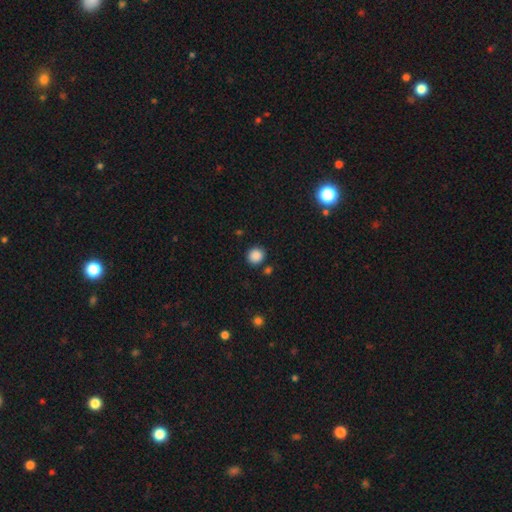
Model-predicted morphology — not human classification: smooth-or-featured: smooth: 88% | star or artifact: 10% | featured or disk: 3%
  how-rounded: round: 87% | in between: 12% | cigar-shaped: 1%
  merging: none: 86% | minor disturbance: 8% | merger: 4% | major disturbance: 3%